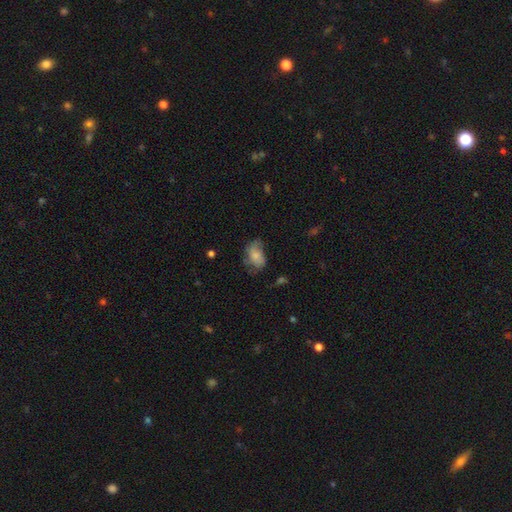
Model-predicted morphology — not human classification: This appears to be a smooth galaxy with no disk features (65%) that is in between round and cigar-shaped (82%). Merging: none (43%).